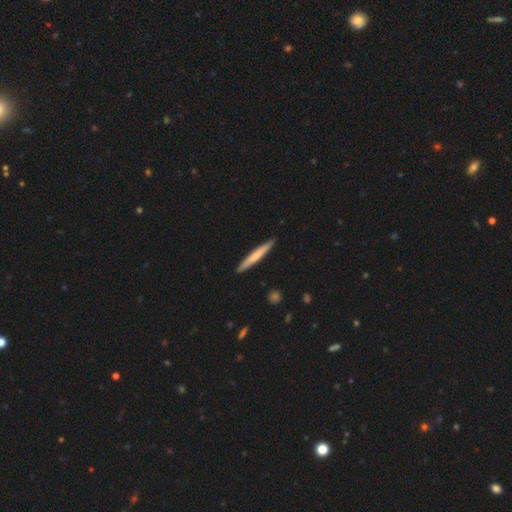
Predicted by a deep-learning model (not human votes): Smooth or featured: smooth — 61% (featured or disk — 34%)
How rounded: cigar-shaped — 96% (in between — 3%)
Merging: none — 91% (minor disturbance — 7%)